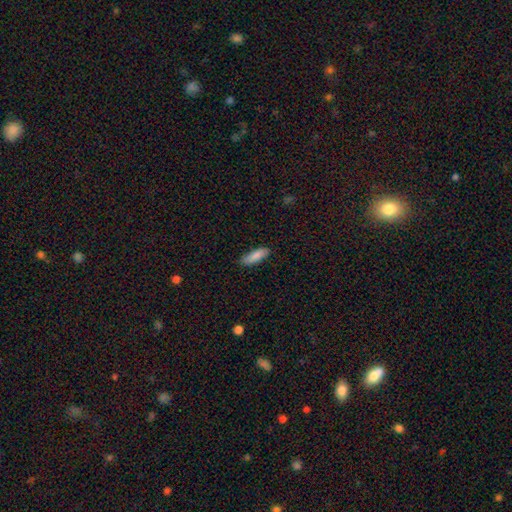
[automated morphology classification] smooth 87%, featured or disk 7%, star or artifact 6%. Down the decision tree: how rounded — in between (56%); merging — none (84%).